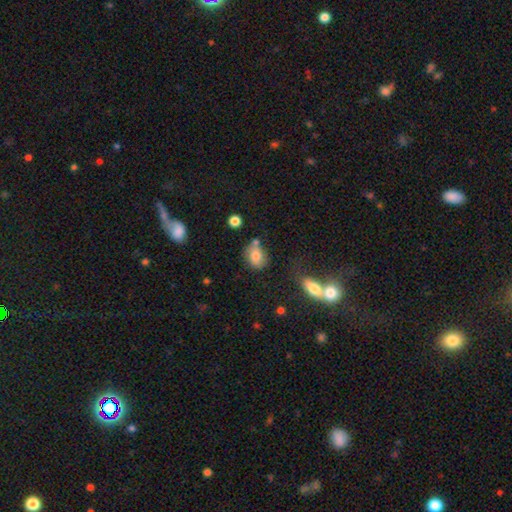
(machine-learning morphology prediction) smooth-or-featured: smooth: 76% | featured or disk: 14% | star or artifact: 10%
  how-rounded: in between: 59% | round: 39% | cigar-shaped: 2%
  merging: none: 61% | minor disturbance: 20% | merger: 13% | major disturbance: 6%